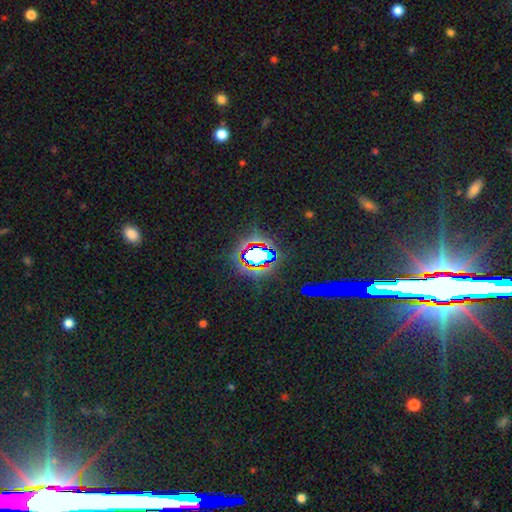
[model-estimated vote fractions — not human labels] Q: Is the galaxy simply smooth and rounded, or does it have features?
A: star or artifact — 69%.